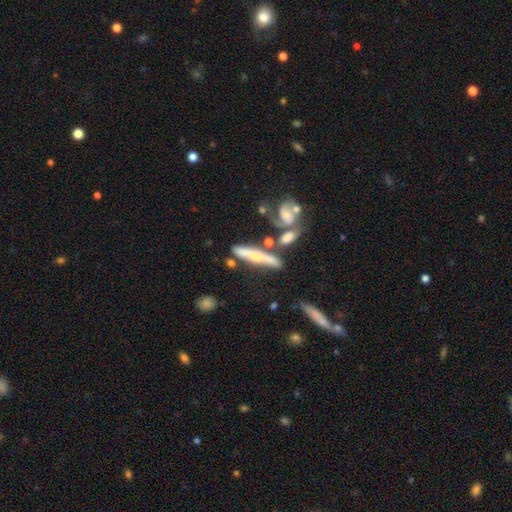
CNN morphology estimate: A featured or disk galaxy (57%) viewed edge-on (79%). Merging: none (50%).